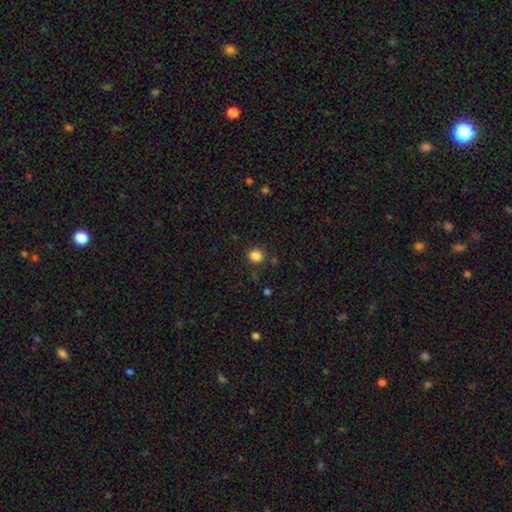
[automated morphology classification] Smooth or featured?
  - smooth: 85% *
  - star or artifact: 12%
  - featured or disk: 4%
How rounded?
  - round: 91% *
  - in between: 8%
  - cigar-shaped: 1%
Merging?
  - none: 87% *
  - minor disturbance: 7%
  - merger: 3%
  - major disturbance: 3%